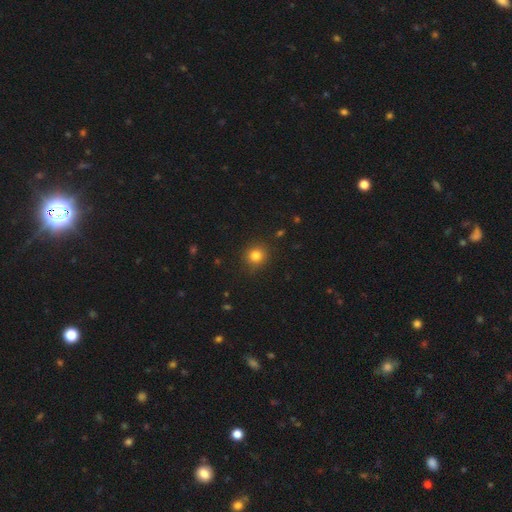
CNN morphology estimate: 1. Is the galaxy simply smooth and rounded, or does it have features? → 81% smooth, 13% star or artifact, 6% featured or disk.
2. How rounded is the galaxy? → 89% round, 10% in between, 1% cigar-shaped.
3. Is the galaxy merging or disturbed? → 89% none, 7% minor disturbance, 2% major disturbance, 1% merger.